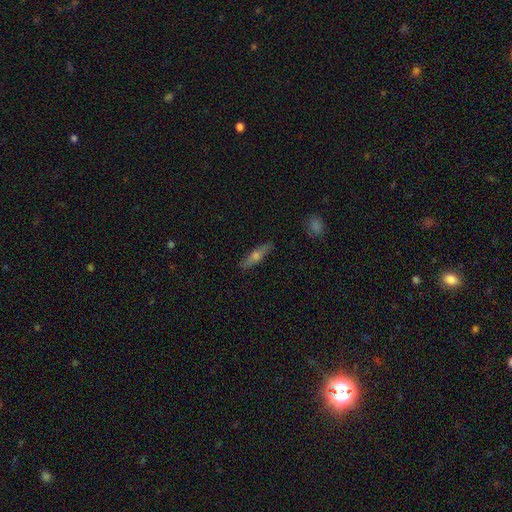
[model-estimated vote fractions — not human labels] A featured or disk galaxy (52%) viewed edge-on (92%). Merging: none (88%).